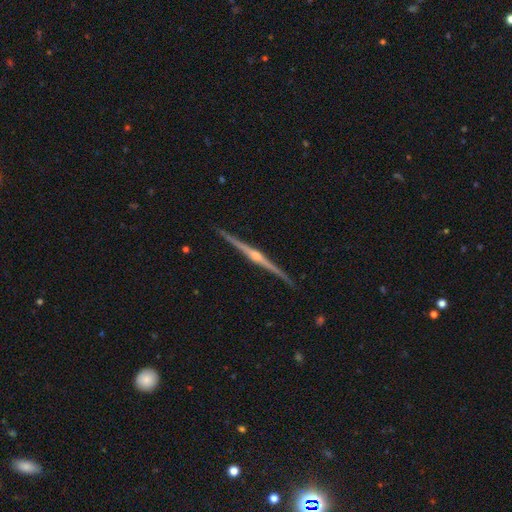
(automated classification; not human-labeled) featured or disk 90%, smooth 6%, star or artifact 5%. Down the decision tree: edge-on disk — yes (99%); edge-on bulge — rounded (91%); merging — none (93%).